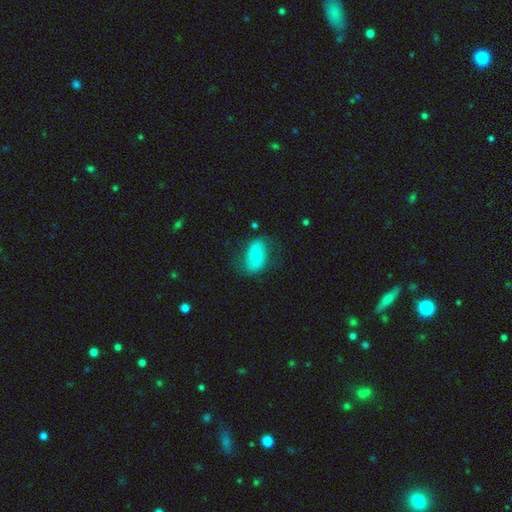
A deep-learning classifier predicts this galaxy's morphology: Overall: smooth (57%; featured or disk 36%). How rounded: in between (89%). Merging: none (67%).